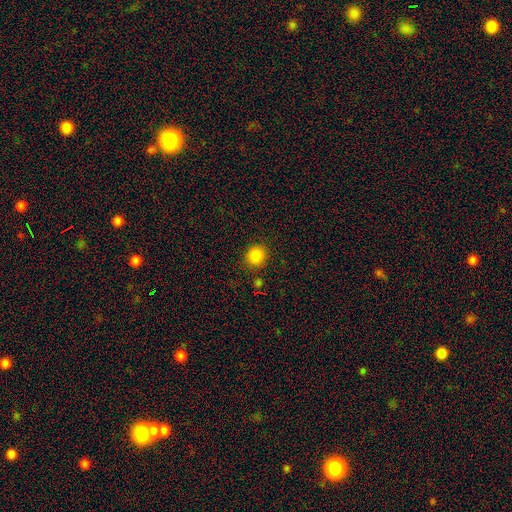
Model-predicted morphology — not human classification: Overall: smooth (85%). How rounded: round (85%). Merging: none (85%).